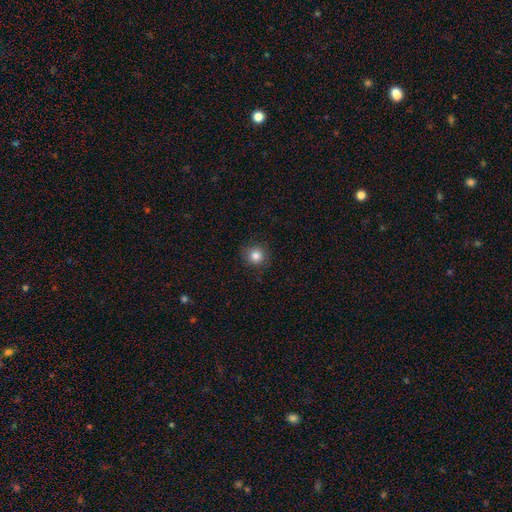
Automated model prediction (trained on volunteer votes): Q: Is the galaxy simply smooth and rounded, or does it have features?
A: smooth — 83%.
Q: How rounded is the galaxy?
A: round — 92%.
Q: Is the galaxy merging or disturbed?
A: none — 89%.